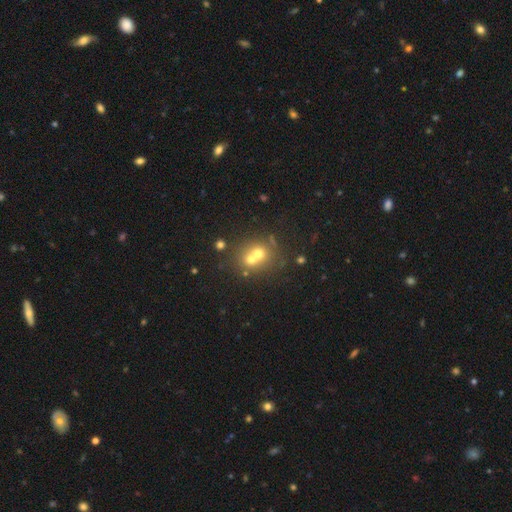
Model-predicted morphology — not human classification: A smooth galaxy with no disk features (61%) that is round (78%). Merging: merger (56%).